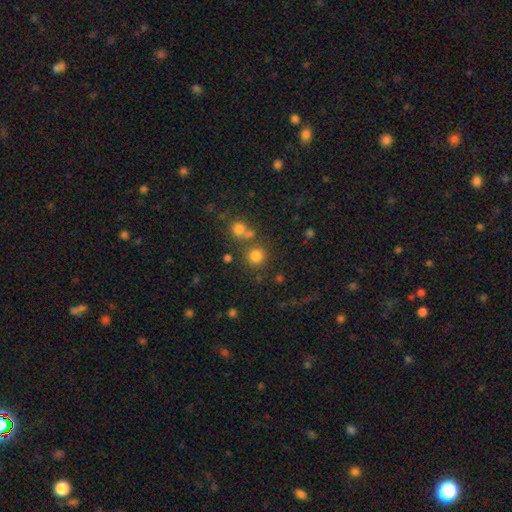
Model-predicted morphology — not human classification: smooth 78%, star or artifact 16%, featured or disk 6%. Down the decision tree: how rounded — round (92%); merging — none (74%).